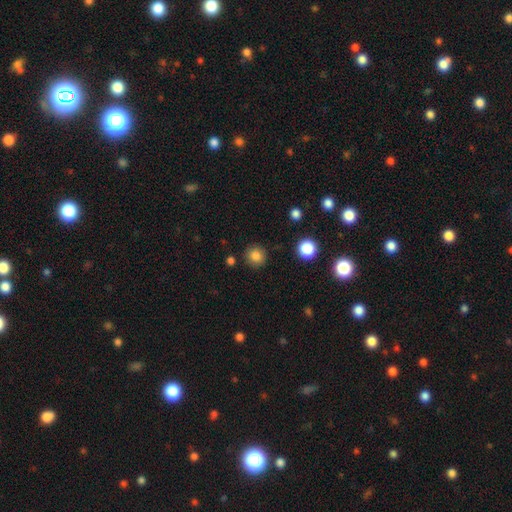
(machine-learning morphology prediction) smooth 83%, star or artifact 12%, featured or disk 5%. Down the decision tree: how rounded — round (91%); merging — none (89%).